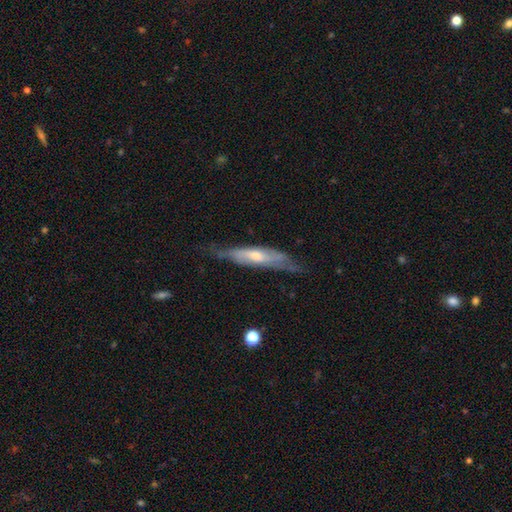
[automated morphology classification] A featured or disk galaxy (64%) viewed edge-on (57%). Merging: none (61%).